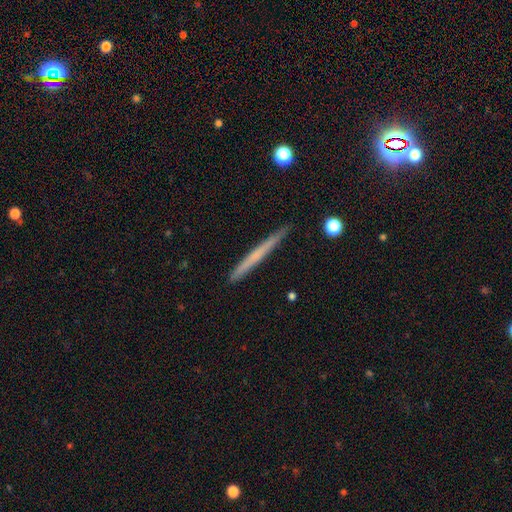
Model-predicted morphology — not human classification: Smooth or featured: smooth — 54% (featured or disk — 39%)
How rounded: cigar-shaped — 97% (in between — 2%)
Merging: none — 90% (minor disturbance — 7%)